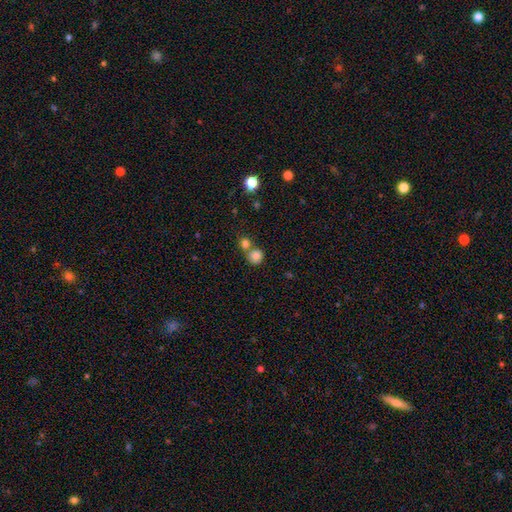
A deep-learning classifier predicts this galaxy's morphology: smooth_or_featured: smooth (p=0.79) [alt: star or artifact p=0.11]
how_rounded: round (p=0.88) [alt: in between p=0.11]
merging: none (p=0.52) [alt: merger p=0.37]